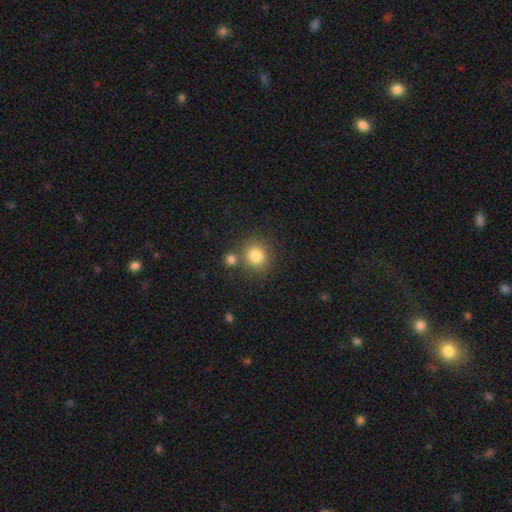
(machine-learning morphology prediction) Smooth or featured?
  - smooth: 82% *
  - star or artifact: 11%
  - featured or disk: 7%
How rounded?
  - round: 88% *
  - in between: 11%
  - cigar-shaped: 1%
Merging?
  - none: 71% *
  - merger: 16%
  - minor disturbance: 9%
  - major disturbance: 3%